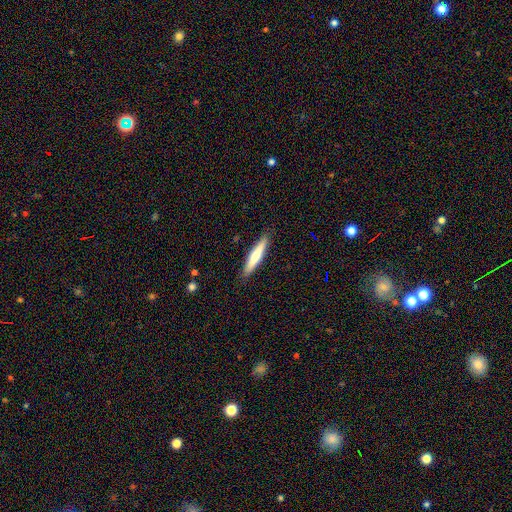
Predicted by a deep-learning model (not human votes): smooth-or-featured: smooth: 58% | featured or disk: 37% | star or artifact: 5%
  how-rounded: cigar-shaped: 90% | in between: 9% | round: 1%
  merging: none: 89% | minor disturbance: 8% | major disturbance: 2% | merger: 1%